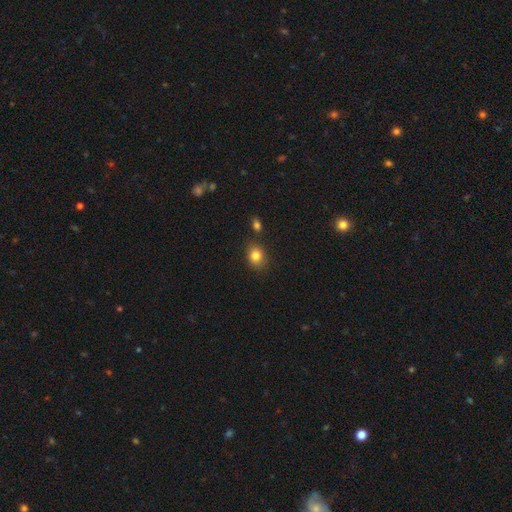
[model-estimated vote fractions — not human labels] Smooth or featured? smooth (82%)
How rounded? round (58%)
Merging? none (81%)